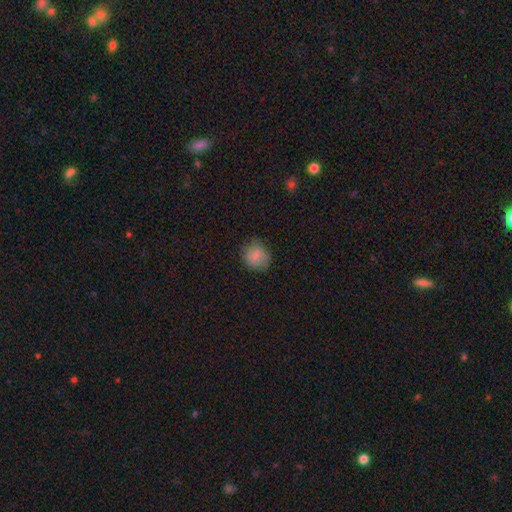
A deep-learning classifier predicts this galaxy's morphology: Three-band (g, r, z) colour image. It shows a smooth galaxy with no disk features (81%) that is round (76%). Merging: none (76%).